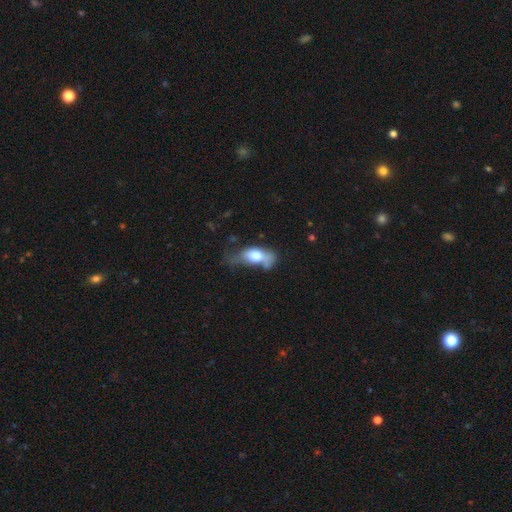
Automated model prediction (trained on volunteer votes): Q: Smooth or featured?
A: smooth (67%); runner-up: featured or disk (25%)
Q: How rounded?
A: in between (83%); runner-up: round (9%)
Q: Merging?
A: major disturbance (39%); runner-up: minor disturbance (27%)